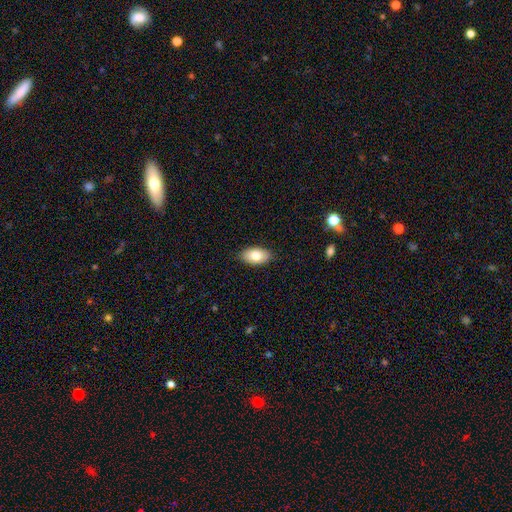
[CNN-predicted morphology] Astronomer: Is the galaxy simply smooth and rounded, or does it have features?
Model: smooth — 81%.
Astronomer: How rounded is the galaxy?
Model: in between — 94%.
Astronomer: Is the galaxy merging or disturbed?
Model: none — 88%.